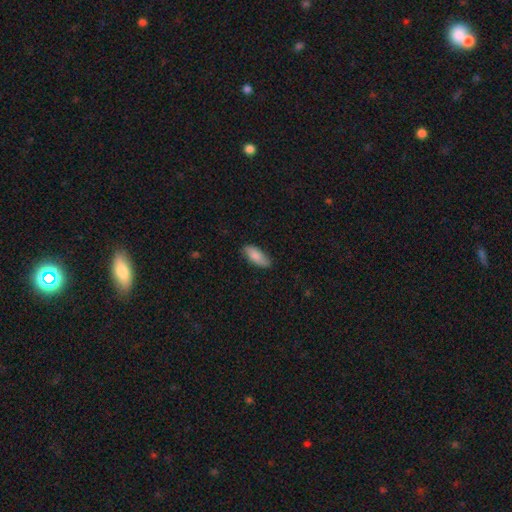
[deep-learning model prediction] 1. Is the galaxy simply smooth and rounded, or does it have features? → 83% smooth, 11% featured or disk, 6% star or artifact.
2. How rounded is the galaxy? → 80% in between, 18% cigar-shaped, 2% round.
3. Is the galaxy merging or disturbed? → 81% none, 15% minor disturbance, 3% major disturbance, 1% merger.